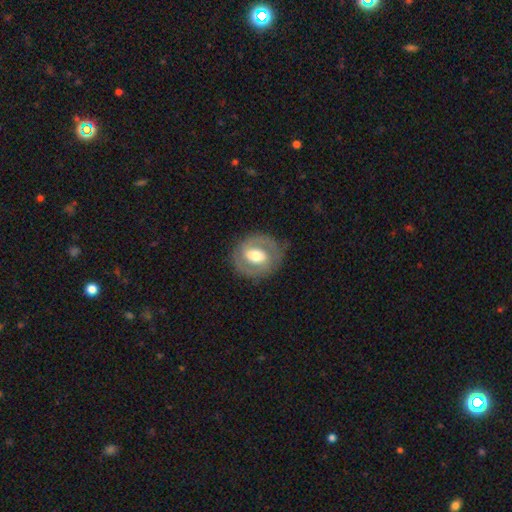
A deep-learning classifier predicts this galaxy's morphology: This is likely a featured or disk galaxy (63%). It is clearly not viewed edge-on (96%). Bar: marginally weak (41%). Spiral arm pattern: likely yes (62%). Central bulge: likely moderate (65%). Merging: likely none (78%).